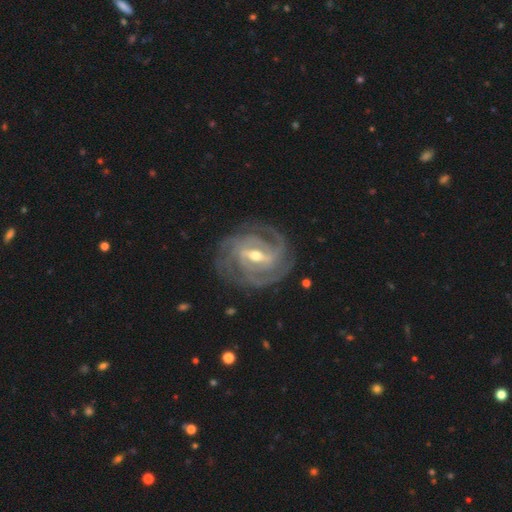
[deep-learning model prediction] A featured or disk galaxy (92%) with a strong bar (57%), 3 (33%) tight (66%) spiral arms (98%) and a moderate central bulge (67%). Merging: none (79%).